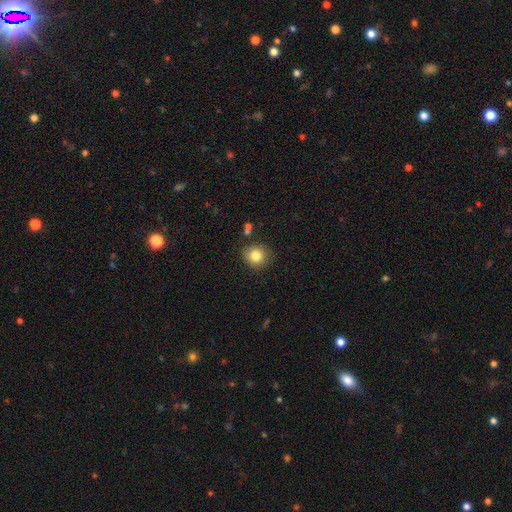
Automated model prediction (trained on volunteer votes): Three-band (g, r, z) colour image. It shows a smooth galaxy with no disk features (82%) that is round (86%). Merging: none (83%).